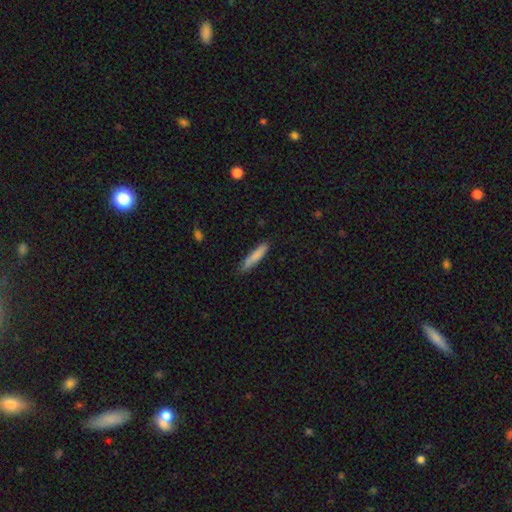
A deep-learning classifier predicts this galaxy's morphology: Smooth or featured? Predicted: smooth (p=0.83). How rounded? Predicted: cigar-shaped (p=0.89). Merging? Predicted: none (p=0.82).